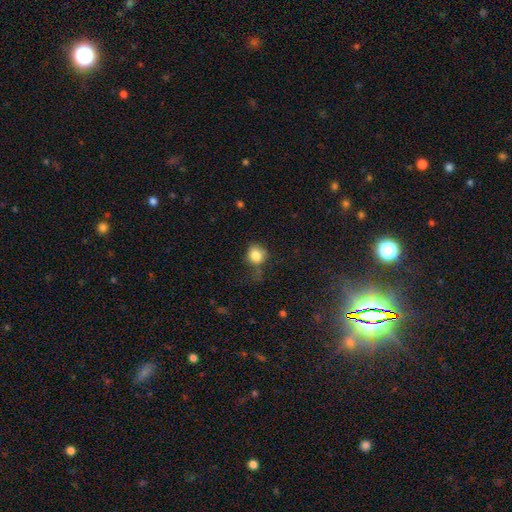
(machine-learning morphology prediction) A smooth galaxy with no disk features (82%) that is round (78%).

Vote fractions:
- Smooth or featured? smooth: 82% / star or artifact: 11% / featured or disk: 7%
- How rounded? round: 78% / in between: 21% / cigar-shaped: 1%
- Merging? none: 56% / minor disturbance: 27% / major disturbance: 12% / merger: 4%